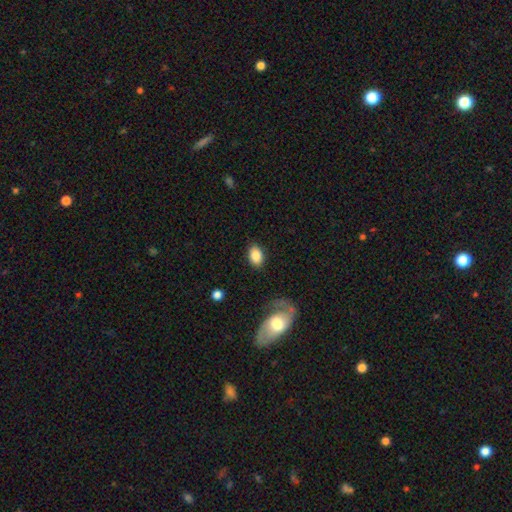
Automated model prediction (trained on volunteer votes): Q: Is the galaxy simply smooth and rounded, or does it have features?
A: smooth — 85%.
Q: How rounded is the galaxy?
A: in between — 86%.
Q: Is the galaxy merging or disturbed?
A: none — 84%.